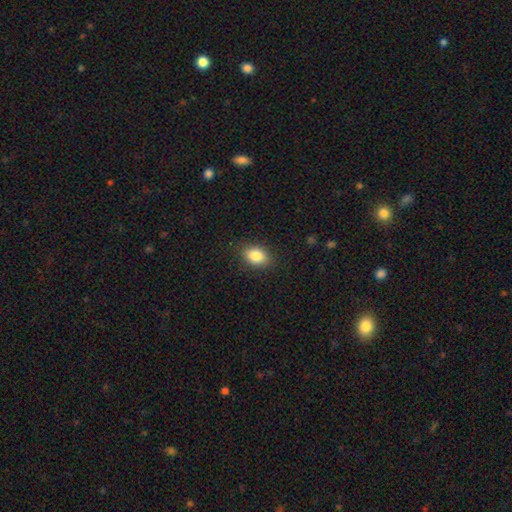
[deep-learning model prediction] This is clearly a smooth galaxy (84%). How rounded: likely in between (77%). Merging: clearly none (86%).